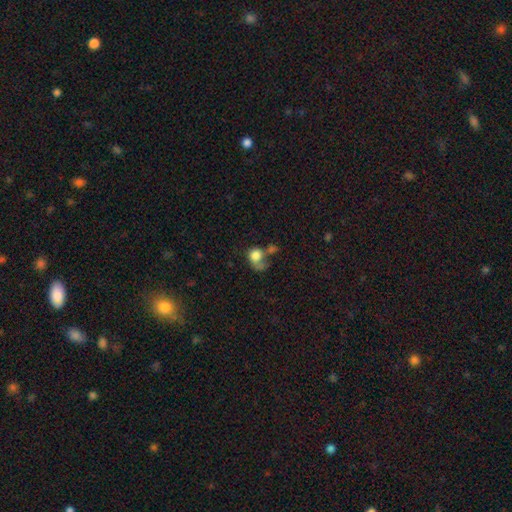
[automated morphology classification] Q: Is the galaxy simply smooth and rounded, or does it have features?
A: smooth — 73%.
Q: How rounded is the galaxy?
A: round — 63%.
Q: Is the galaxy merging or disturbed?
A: major disturbance — 33%.